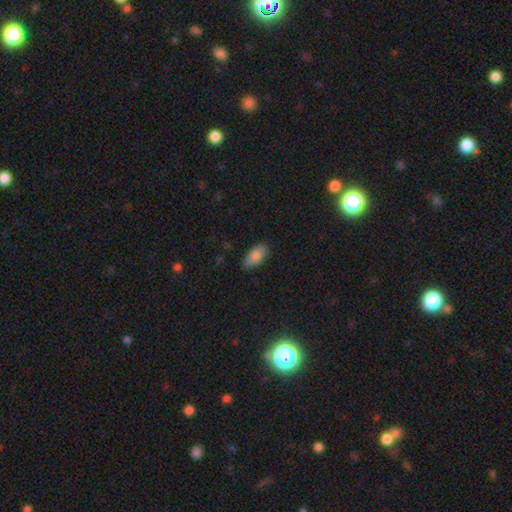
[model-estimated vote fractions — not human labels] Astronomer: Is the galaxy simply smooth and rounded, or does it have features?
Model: smooth — 83%.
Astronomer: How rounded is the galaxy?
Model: in between — 91%.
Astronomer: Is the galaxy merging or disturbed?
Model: none — 84%.